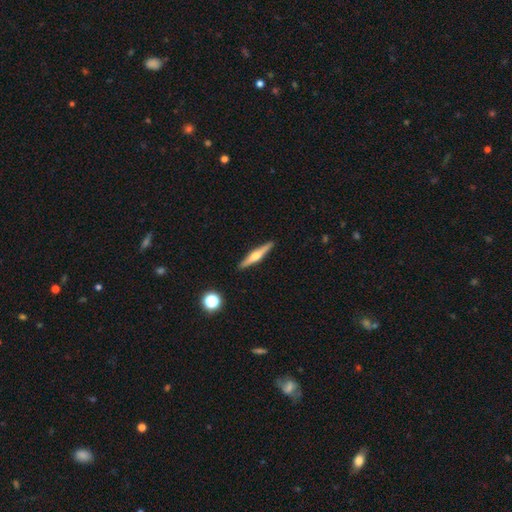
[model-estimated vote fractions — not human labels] smooth-or-featured: featured or disk: 67% | smooth: 28% | star or artifact: 6%
  disk-edge-on: yes: 97% | no: 3%
    edge-on-bulge: rounded: 92% | boxy: 5% | none: 4%
  merging: none: 91% | minor disturbance: 6% | major disturbance: 1% | merger: 1%